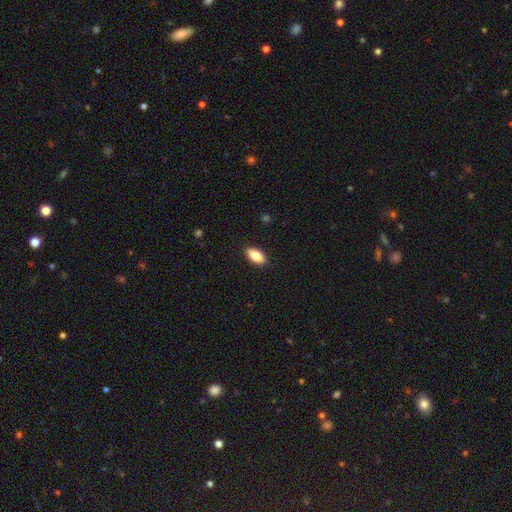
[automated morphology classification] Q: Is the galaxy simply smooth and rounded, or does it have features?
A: smooth — 80%.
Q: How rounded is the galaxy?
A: in between — 88%.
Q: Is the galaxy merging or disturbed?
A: none — 89%.